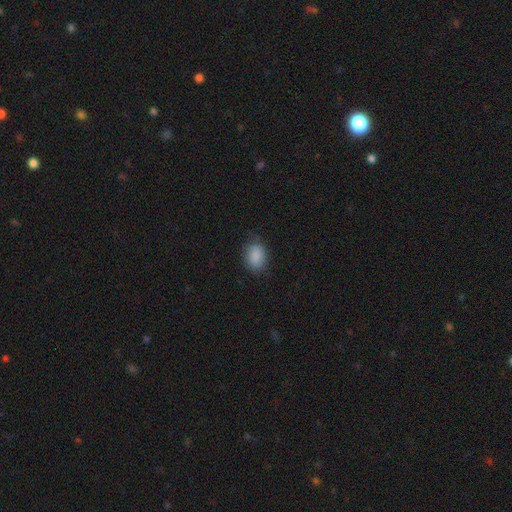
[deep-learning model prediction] This appears to be a smooth galaxy with no disk features (88%) that is in between round and cigar-shaped (74%). Merging: none (78%).